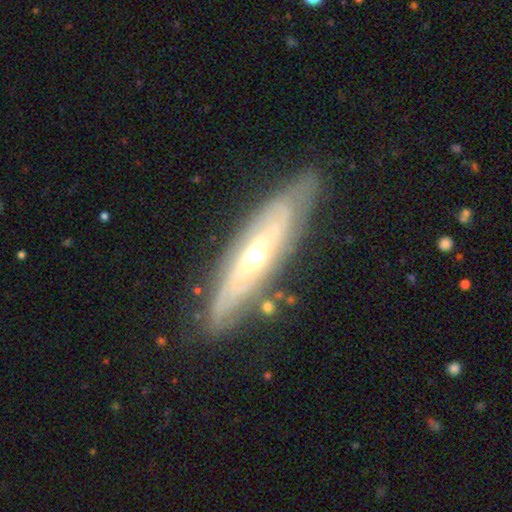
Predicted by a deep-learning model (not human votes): smooth-or-featured: featured or disk: 78% | smooth: 16% | star or artifact: 6%
  disk-edge-on: no: 65% | yes: 35%
    bar: no: 68% | weak: 23% | strong: 8%
    has-spiral-arms: yes: 79% | no: 21%
    bulge-size: moderate: 56% | small: 39% | large: 3% | dominant: 1% | none: 1%
  merging: none: 78% | minor disturbance: 15% | major disturbance: 4% | merger: 2%